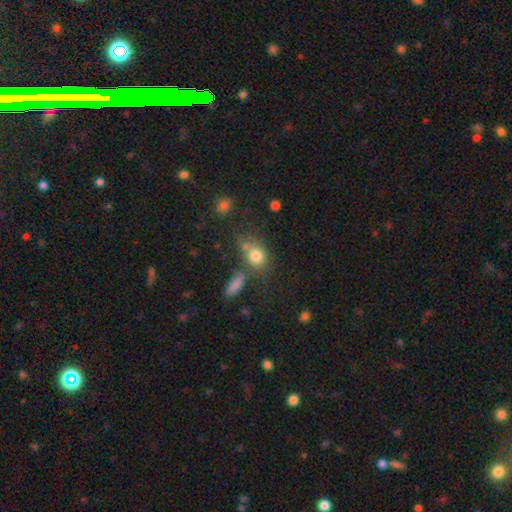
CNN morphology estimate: smooth 78%, star or artifact 12%, featured or disk 10%. Down the decision tree: how rounded — round (56%); merging — none (56%).